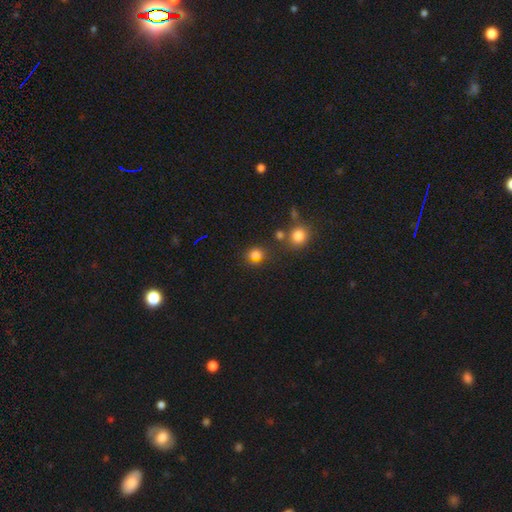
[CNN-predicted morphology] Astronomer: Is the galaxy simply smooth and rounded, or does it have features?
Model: smooth — 70%.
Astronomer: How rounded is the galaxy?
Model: round — 71%.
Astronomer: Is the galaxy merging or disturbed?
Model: none — 68%.